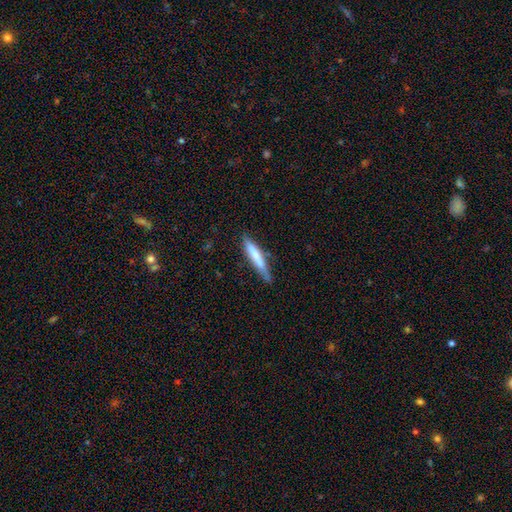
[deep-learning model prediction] smooth-or-featured: smooth: 68% | featured or disk: 26% | star or artifact: 6%
  how-rounded: cigar-shaped: 91% | in between: 8% | round: 1%
  merging: none: 73% | minor disturbance: 21% | major disturbance: 4% | merger: 3%